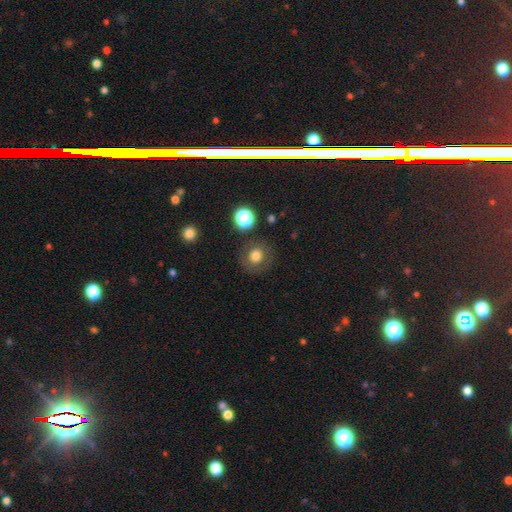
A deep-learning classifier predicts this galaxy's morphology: Smooth or featured?
  - smooth: 74% *
  - featured or disk: 13%
  - star or artifact: 13%
How rounded?
  - round: 89% *
  - in between: 10%
  - cigar-shaped: 1%
Merging?
  - none: 82% *
  - minor disturbance: 10%
  - major disturbance: 5%
  - merger: 3%